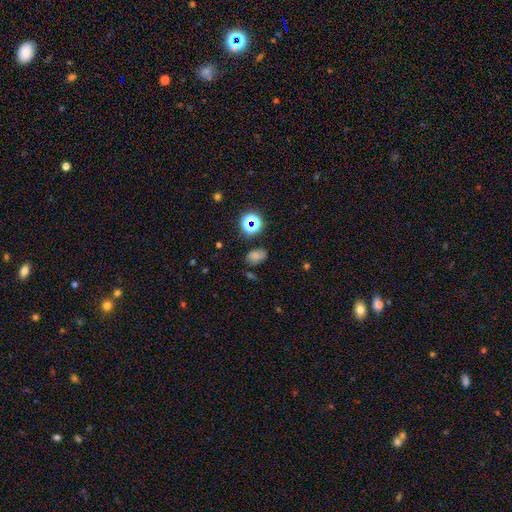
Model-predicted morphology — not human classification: This is likely a smooth galaxy (65%). How rounded: likely in between (78%). Merging: likely none (65%).